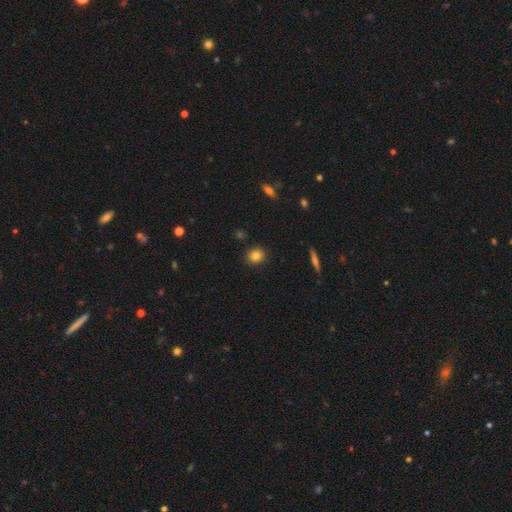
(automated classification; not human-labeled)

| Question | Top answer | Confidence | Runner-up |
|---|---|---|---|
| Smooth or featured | smooth | 83% | star or artifact (10%) |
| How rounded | round | 78% | in between (20%) |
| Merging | none | 89% | minor disturbance (7%) |